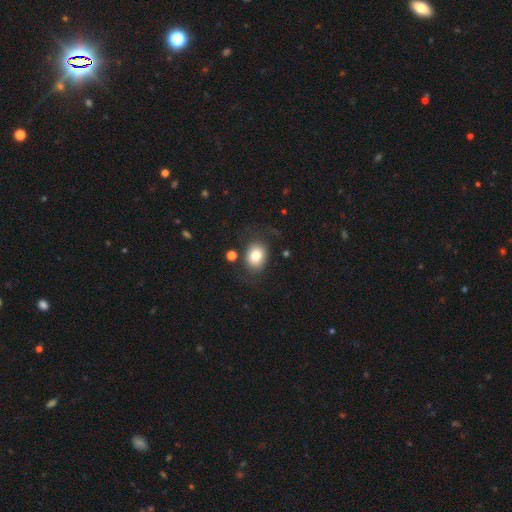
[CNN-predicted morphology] smooth-or-featured: smooth: 80% | featured or disk: 10% | star or artifact: 10%
  how-rounded: round: 54% | in between: 46% | cigar-shaped: 1%
  merging: none: 76% | minor disturbance: 14% | major disturbance: 6% | merger: 4%